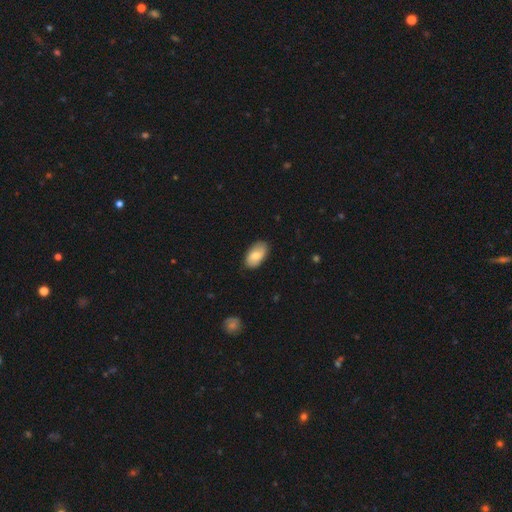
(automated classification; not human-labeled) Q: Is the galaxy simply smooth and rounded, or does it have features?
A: smooth — 73%.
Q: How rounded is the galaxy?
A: in between — 94%.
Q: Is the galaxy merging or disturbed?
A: none — 83%.